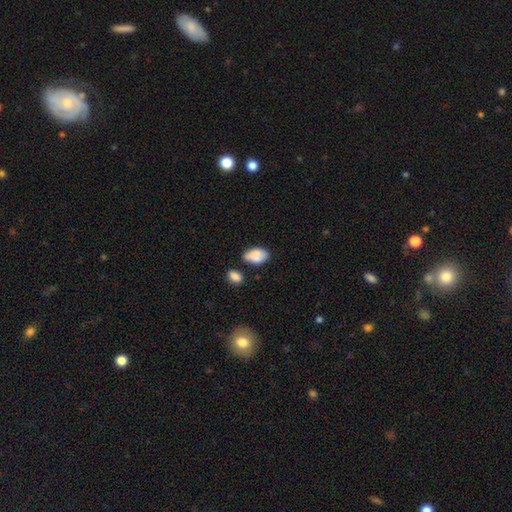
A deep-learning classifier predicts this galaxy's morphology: type=smooth (83%); roundness=in between (92%); merging=none (62%).